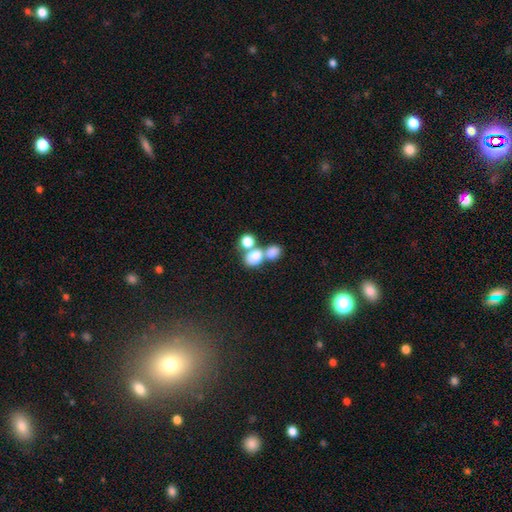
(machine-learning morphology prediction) smooth-or-featured: smooth: 77% | star or artifact: 12% | featured or disk: 11%
  how-rounded: round: 50% | in between: 48% | cigar-shaped: 2%
  merging: merger: 52% | none: 35% | minor disturbance: 8% | major disturbance: 5%